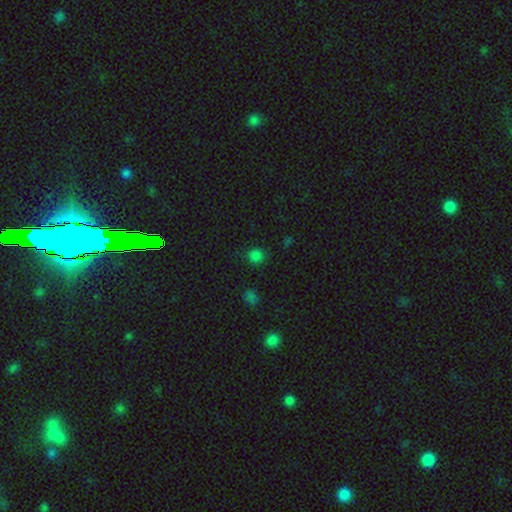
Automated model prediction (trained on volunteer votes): Morphology: type=smooth (77%); roundness=round (91%); merging=none (86%).